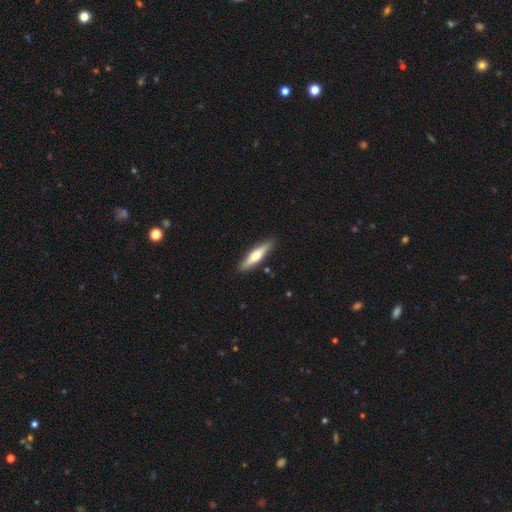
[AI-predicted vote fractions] This is possibly a smooth galaxy (50%). Merging: clearly none (88%).